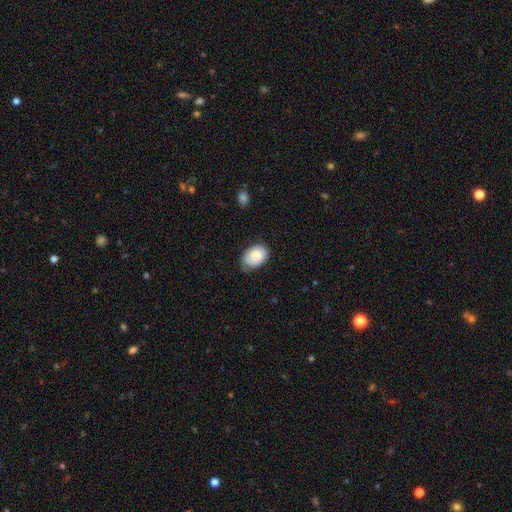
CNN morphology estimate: Smooth or featured? Predicted: smooth (p=0.78). How rounded? Predicted: in between (p=0.80). Merging? Predicted: none (p=0.59).